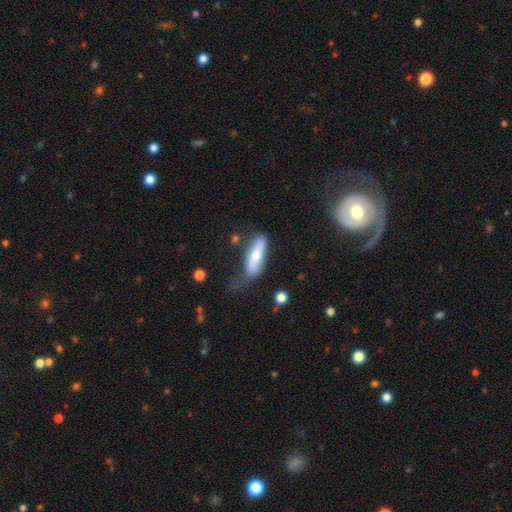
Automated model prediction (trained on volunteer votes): Smooth or featured?
  - smooth: 60% *
  - featured or disk: 34%
  - star or artifact: 6%
How rounded?
  - cigar-shaped: 52% *
  - in between: 46%
  - round: 2%
Merging?
  - none: 44% *
  - minor disturbance: 33%
  - major disturbance: 18%
  - merger: 5%